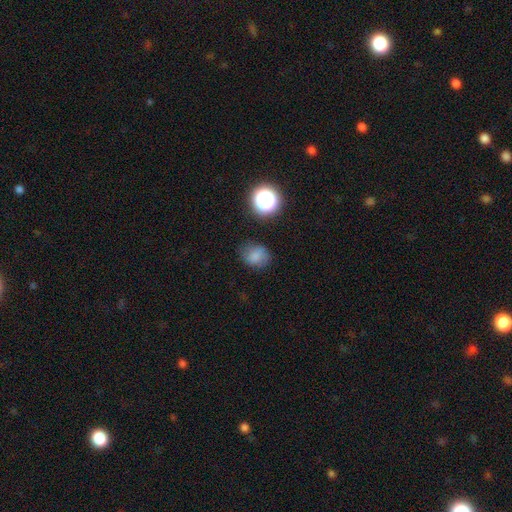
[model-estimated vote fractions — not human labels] Morphology: type=smooth (77%); roundness=round (55%); merging=none (72%).